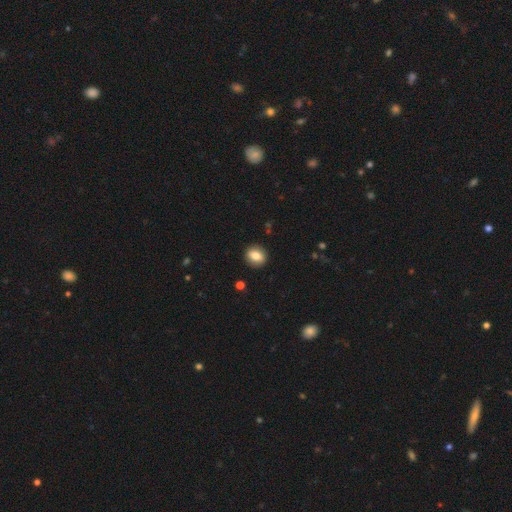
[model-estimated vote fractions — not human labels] smooth-or-featured: smooth: 76% | featured or disk: 15% | star or artifact: 8%
  how-rounded: round: 61% | in between: 38% | cigar-shaped: 2%
  merging: none: 89% | minor disturbance: 7% | major disturbance: 2% | merger: 1%